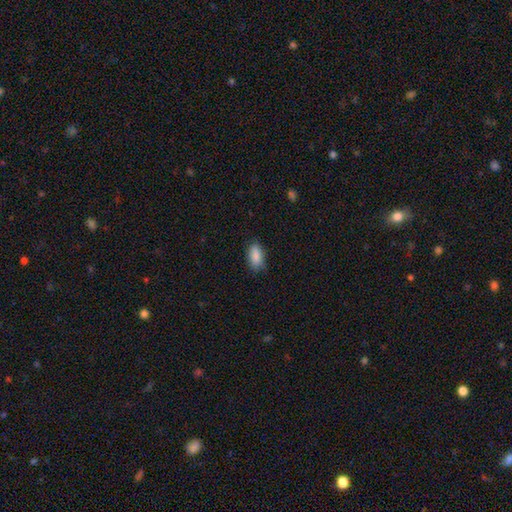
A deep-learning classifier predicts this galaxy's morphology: Smooth or featured? smooth (88%)
How rounded? in between (90%)
Merging? none (79%)